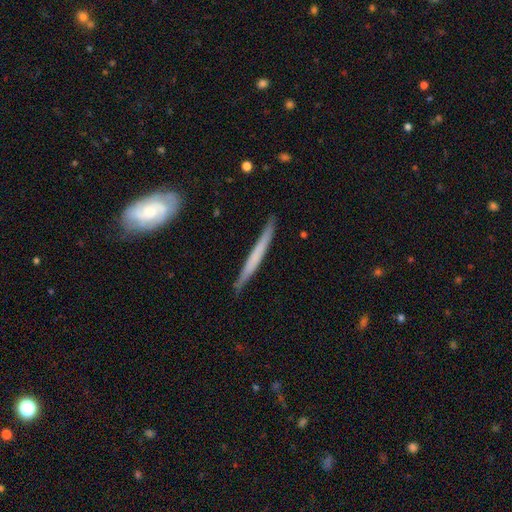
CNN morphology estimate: This appears to be a featured or disk galaxy (51%) viewed edge-on (92%). Merging: none (84%).